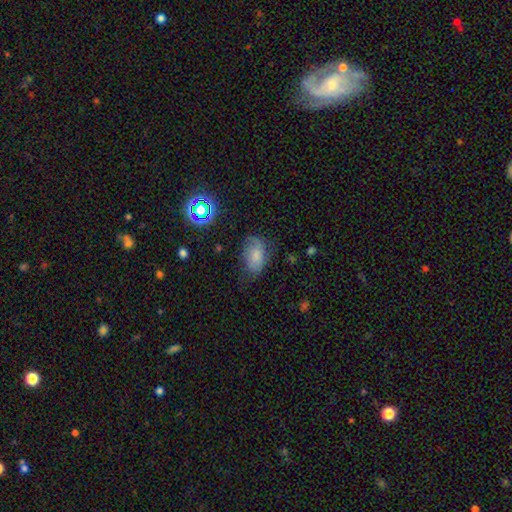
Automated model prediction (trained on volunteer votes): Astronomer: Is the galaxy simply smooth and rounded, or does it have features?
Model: smooth — 61%.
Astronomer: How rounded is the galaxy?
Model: in between — 88%.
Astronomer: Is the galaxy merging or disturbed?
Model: none — 54% (runner-up: minor disturbance, 29%).